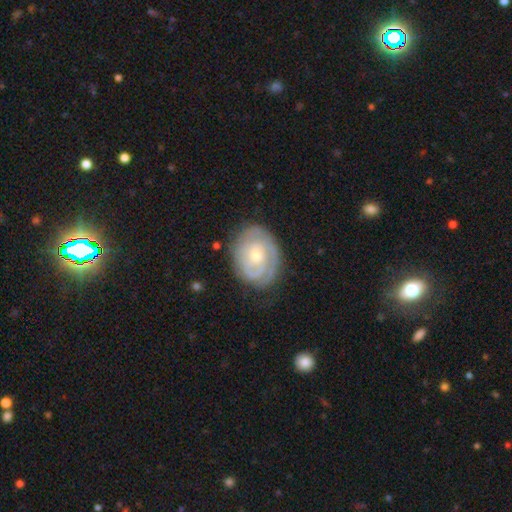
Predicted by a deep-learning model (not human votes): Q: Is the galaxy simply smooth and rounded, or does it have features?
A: featured or disk — 77%.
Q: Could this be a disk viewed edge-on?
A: no — 97%.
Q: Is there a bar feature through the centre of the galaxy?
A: no — 72%.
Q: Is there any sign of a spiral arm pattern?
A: yes — 88%.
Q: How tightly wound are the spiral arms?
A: tight — 74%.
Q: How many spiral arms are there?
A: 2 — 36%.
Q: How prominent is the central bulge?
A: small — 50%.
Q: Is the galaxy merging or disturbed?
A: none — 75%.